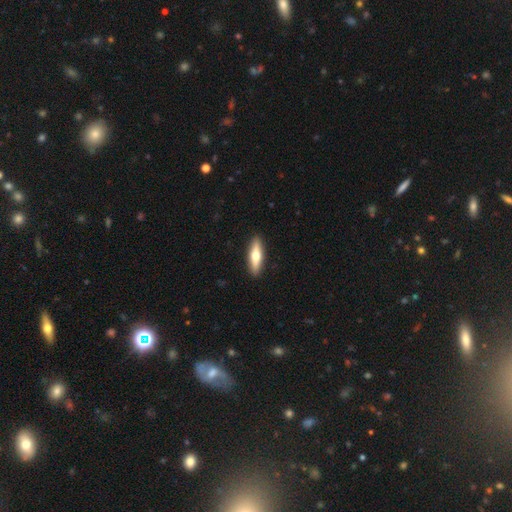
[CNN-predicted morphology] This appears to be a smooth galaxy with no disk features (55%) that is cigar-shaped (65%). Merging: none (91%).